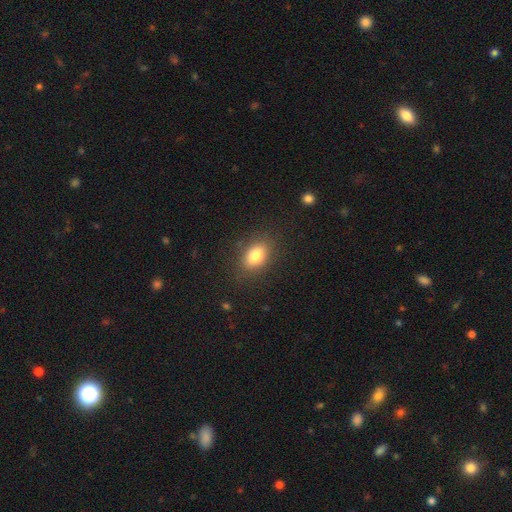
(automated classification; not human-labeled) This appears to be a smooth galaxy with no disk features (82%) that is in between round and cigar-shaped (84%). Merging: none (84%).